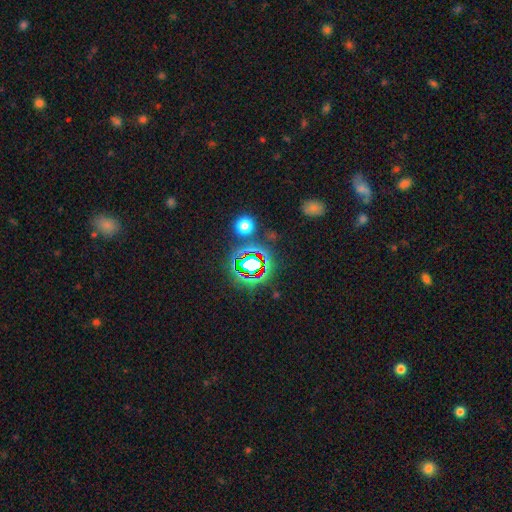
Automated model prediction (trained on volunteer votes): Smooth or featured? Predicted: star or artifact (p=0.76).